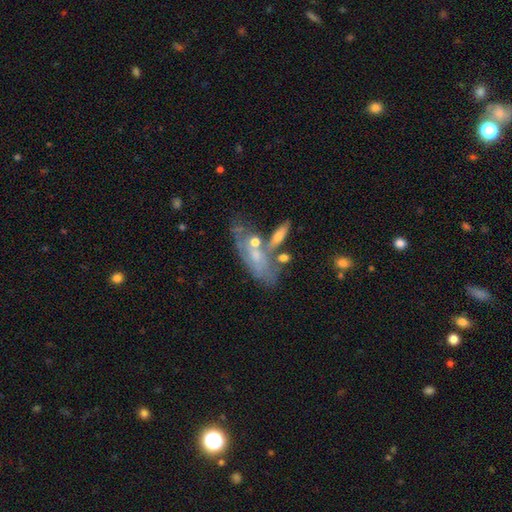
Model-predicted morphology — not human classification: Q: Smooth or featured?
A: featured or disk (56%); runner-up: smooth (35%)
Q: Edge-on disk?
A: no (77%); runner-up: yes (23%)
Q: Merging?
A: none (40%); runner-up: merger (25%)